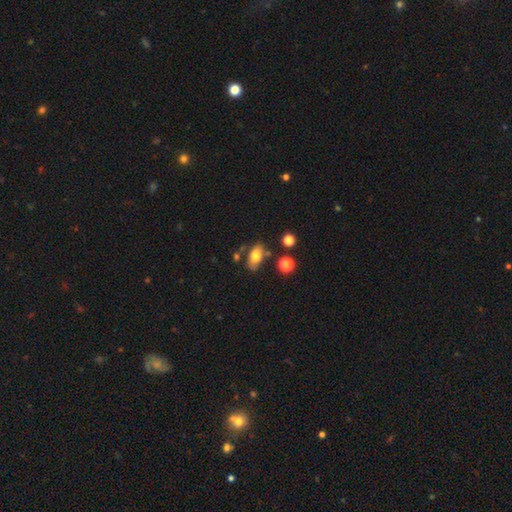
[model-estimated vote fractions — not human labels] Smooth or featured: smooth — 74% (featured or disk — 17%)
How rounded: in between — 88% (round — 9%)
Merging: none — 65% (minor disturbance — 19%)